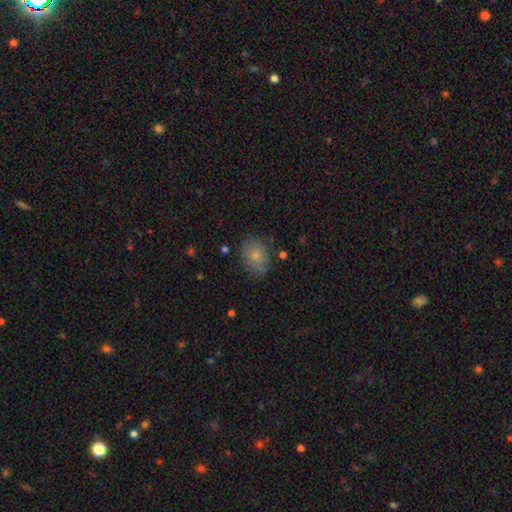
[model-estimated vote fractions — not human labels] A smooth galaxy with no disk features (77%) that is in between round and cigar-shaped (60%).

Vote fractions:
- Smooth or featured? smooth: 77% / featured or disk: 14% / star or artifact: 9%
- How rounded? in between: 60% / round: 39% / cigar-shaped: 1%
- Merging? none: 75% / minor disturbance: 18% / major disturbance: 5% / merger: 2%